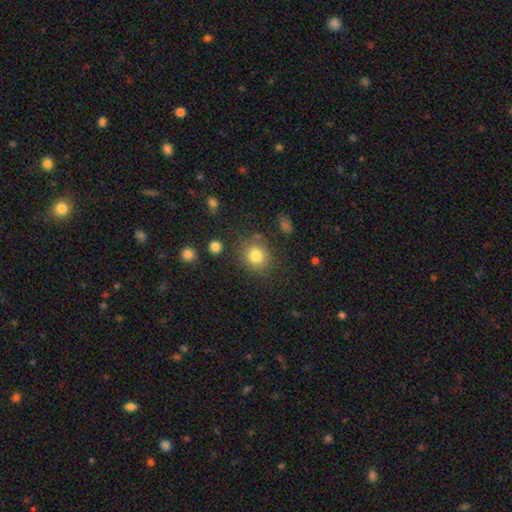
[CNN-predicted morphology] Smooth or featured? Predicted: smooth (p=0.80). How rounded? Predicted: round (p=0.77). Merging? Predicted: none (p=0.79).